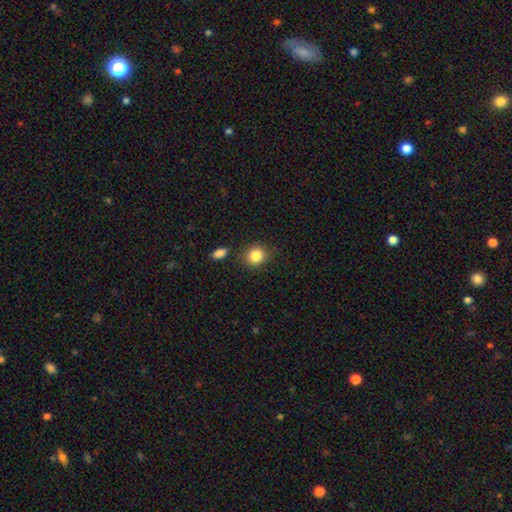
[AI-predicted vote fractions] Smooth or featured? smooth (85%)
How rounded? round (77%)
Merging? none (80%)